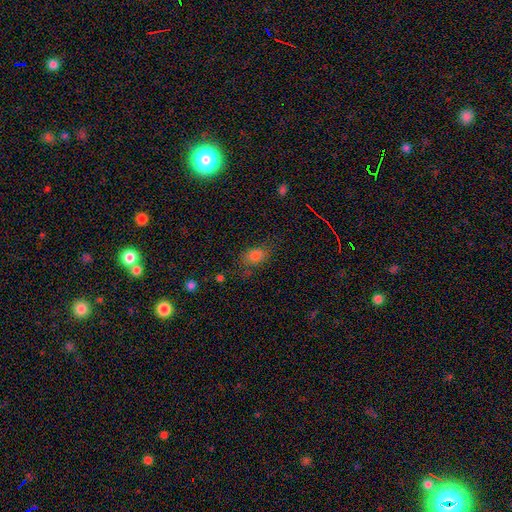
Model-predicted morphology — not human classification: Overall: smooth (78%). How rounded: in between (79%). Merging: none (64%).